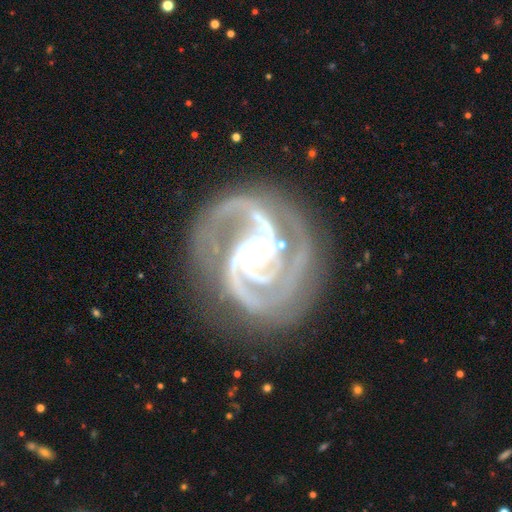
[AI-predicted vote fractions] Q: Smooth or featured?
A: featured or disk (94%); runner-up: star or artifact (4%)
Q: Edge-on disk?
A: no (98%); runner-up: yes (2%)
Q: Bar?
A: no (57%); runner-up: weak (26%)
Q: Spiral arms?
A: yes (99%); runner-up: no (1%)
Q: Spiral winding?
A: tight (61%); runner-up: medium (35%)
Q: Spiral arm count?
A: 2 (46%); runner-up: 3 (35%)
Q: Bulge size?
A: moderate (54%); runner-up: small (40%)
Q: Merging?
A: none (72%); runner-up: minor disturbance (17%)